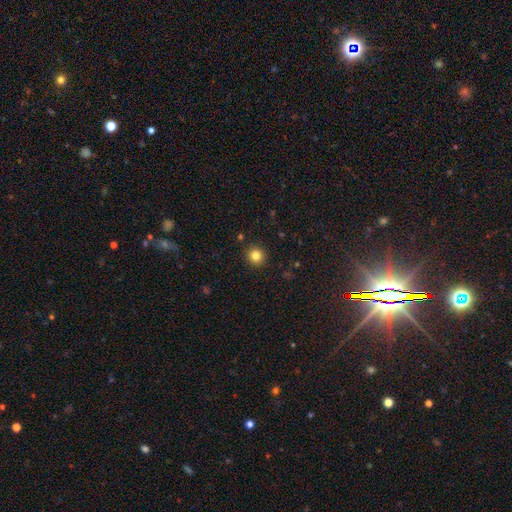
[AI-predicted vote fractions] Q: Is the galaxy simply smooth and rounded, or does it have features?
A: smooth — 83%.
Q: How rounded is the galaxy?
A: round — 95%.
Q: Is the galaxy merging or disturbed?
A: none — 92%.